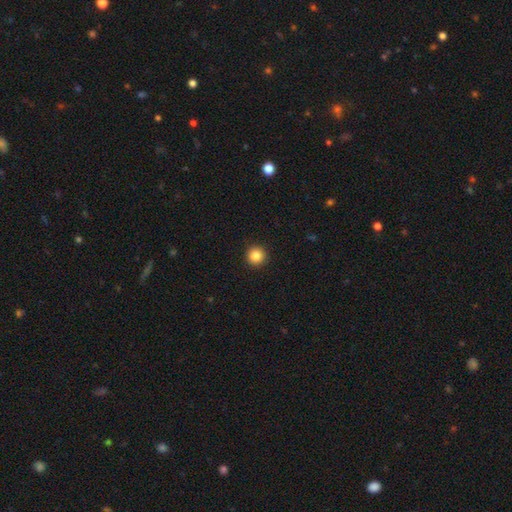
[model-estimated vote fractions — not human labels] This is clearly a smooth galaxy (86%). How rounded: clearly round (95%). Merging: clearly none (93%).